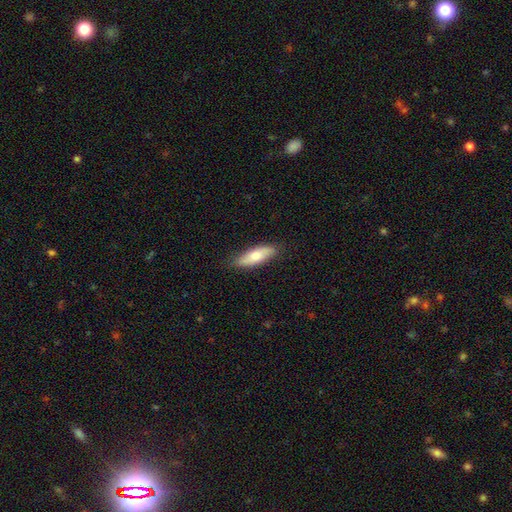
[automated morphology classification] Smooth or featured? smooth (68%)
How rounded? in between (57%)
Merging? none (82%)